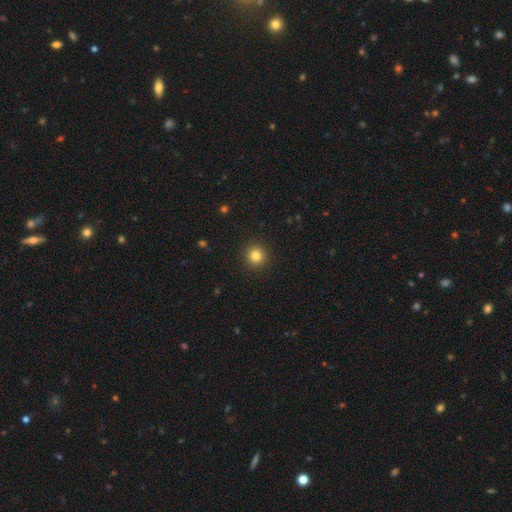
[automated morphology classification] A smooth galaxy with no disk features (82%) that is round (94%).

Vote fractions:
- Smooth or featured? smooth: 82% / star or artifact: 12% / featured or disk: 5%
- How rounded? round: 94% / in between: 5% / cigar-shaped: 1%
- Merging? none: 92% / minor disturbance: 5% / major disturbance: 2% / merger: 1%